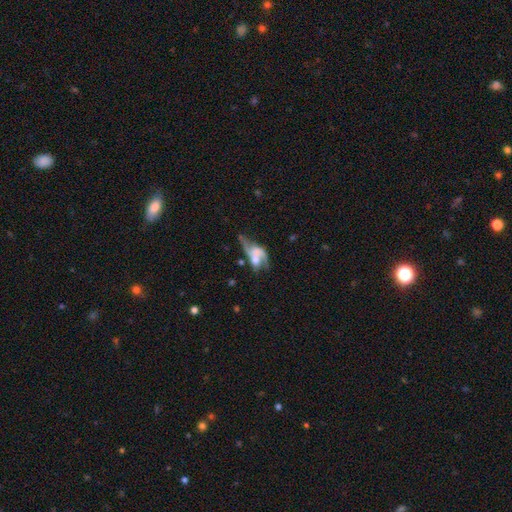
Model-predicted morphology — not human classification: Smooth or featured: featured or disk — 66% (smooth — 25%)
Edge-on disk: no — 95% (yes — 5%)
Bar: no — 64% (weak — 27%)
Spiral arms: yes — 73% (no — 27%)
Bulge size: none — 32% (moderate — 28%)
Merging: major disturbance — 36% (merger — 25%)